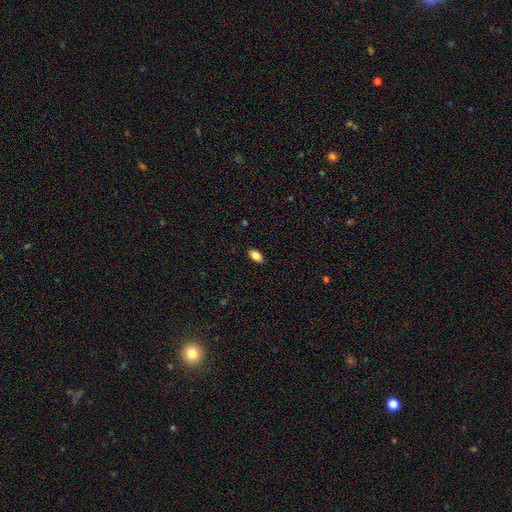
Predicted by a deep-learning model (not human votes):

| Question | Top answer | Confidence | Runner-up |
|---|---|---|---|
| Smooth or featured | smooth | 86% | star or artifact (8%) |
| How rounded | in between | 91% | round (5%) |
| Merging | none | 88% | minor disturbance (9%) |